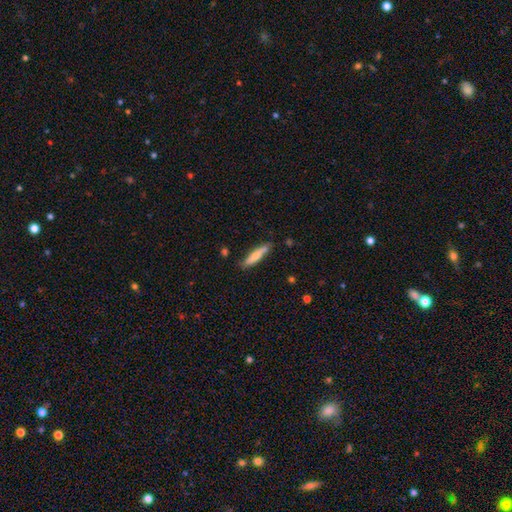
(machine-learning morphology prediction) A smooth galaxy with no disk features (65%) that is cigar-shaped (82%).

Vote fractions:
- Smooth or featured? smooth: 65% / featured or disk: 29% / star or artifact: 6%
- How rounded? cigar-shaped: 82% / in between: 16% / round: 2%
- Merging? none: 79% / minor disturbance: 16% / merger: 3% / major disturbance: 2%